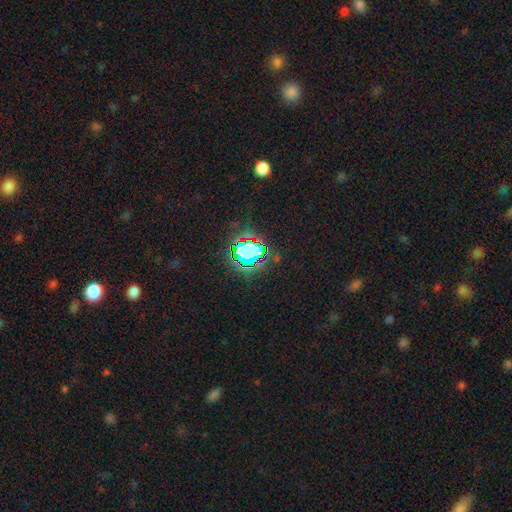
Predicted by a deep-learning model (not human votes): smooth-or-featured: star or artifact: 79% | smooth: 14% | featured or disk: 8%